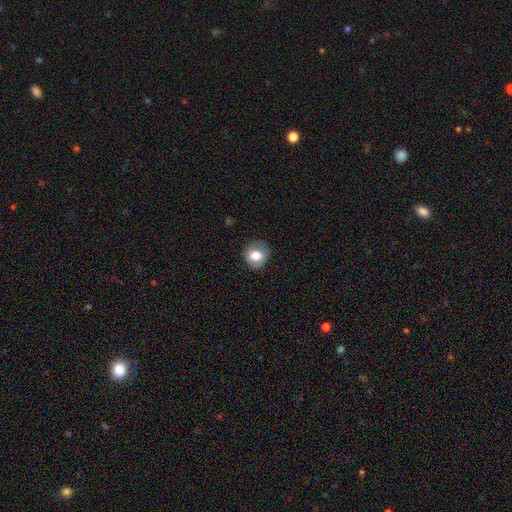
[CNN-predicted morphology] smooth-or-featured: smooth: 76% | featured or disk: 15% | star or artifact: 9%
  how-rounded: round: 85% | in between: 14% | cigar-shaped: 1%
  merging: none: 80% | minor disturbance: 15% | major disturbance: 4% | merger: 1%